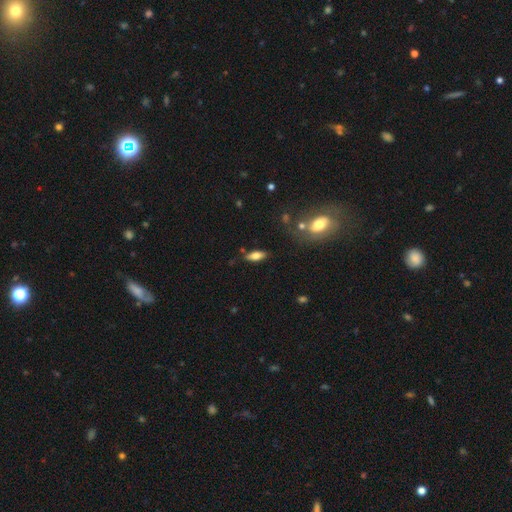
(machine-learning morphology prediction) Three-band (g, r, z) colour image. It shows a smooth galaxy with no disk features (70%) that is in between round and cigar-shaped (77%). Merging: none (80%).